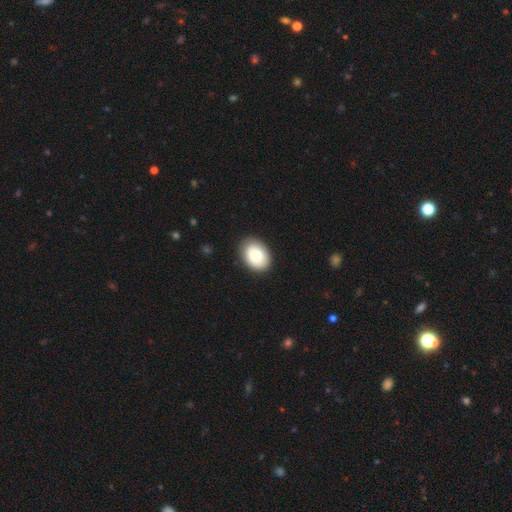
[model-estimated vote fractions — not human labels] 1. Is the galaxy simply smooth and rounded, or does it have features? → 79% smooth, 14% featured or disk, 7% star or artifact.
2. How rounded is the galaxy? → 74% in between, 26% round, 1% cigar-shaped.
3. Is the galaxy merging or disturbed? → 87% none, 10% minor disturbance, 2% major disturbance, 1% merger.